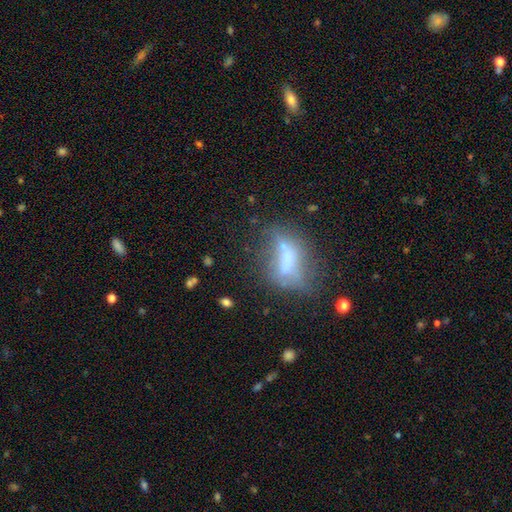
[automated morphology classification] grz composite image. It shows a featured or disk galaxy (42%, tied with smooth). Merging: none (46%).